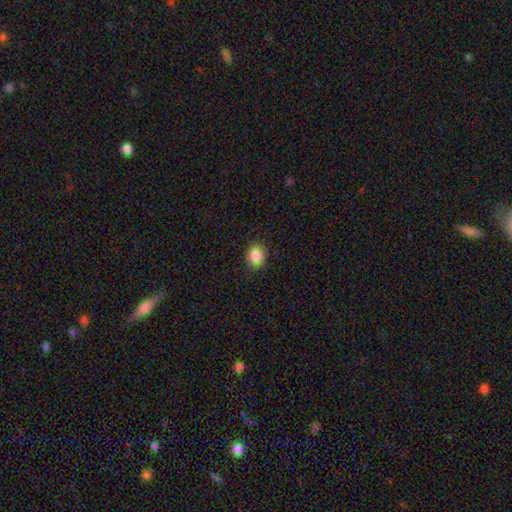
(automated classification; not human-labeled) Morphology: type=smooth (86%); roundness=in between (58%); merging=none (87%).